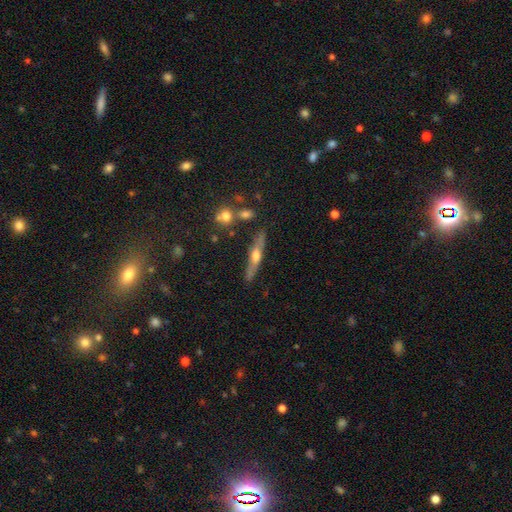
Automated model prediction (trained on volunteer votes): featured or disk 60%, smooth 33%, star or artifact 7%. Down the decision tree: edge-on disk — yes (92%); edge-on bulge — rounded (83%); merging — none (82%).